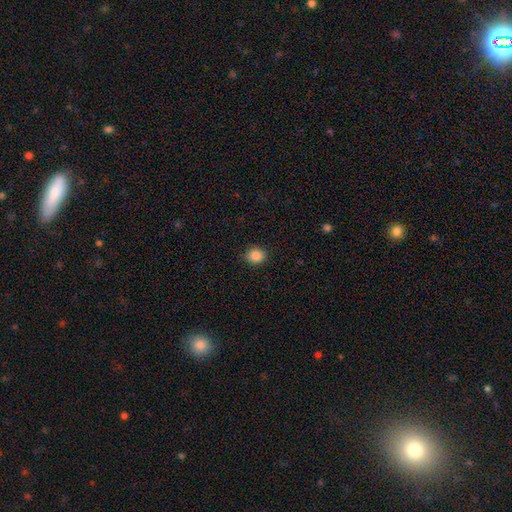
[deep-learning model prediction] Q: Smooth or featured?
A: smooth (87%); runner-up: star or artifact (10%)
Q: How rounded?
A: round (67%); runner-up: in between (32%)
Q: Merging?
A: none (87%); runner-up: minor disturbance (9%)